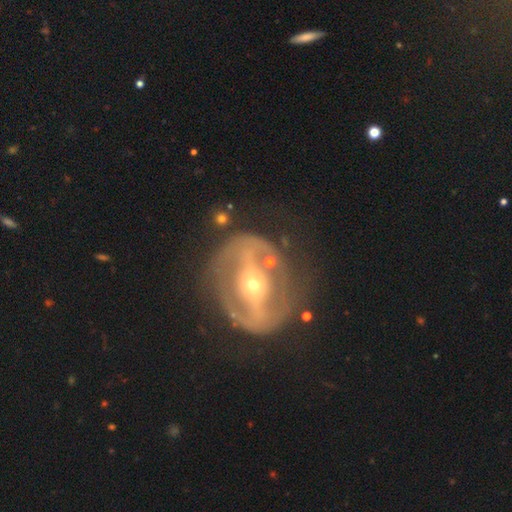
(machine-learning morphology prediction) smooth_or_featured: featured or disk (p=0.83) [alt: smooth p=0.09]
disk_edge_on: no (p=0.87) [alt: yes p=0.13]
bar: strong (p=0.68) [alt: weak p=0.20]
has_spiral_arms: yes (p=0.65) [alt: no p=0.35]
bulge_size: moderate (p=0.48) [alt: small p=0.46]
merging: none (p=0.68) [alt: minor disturbance p=0.16]